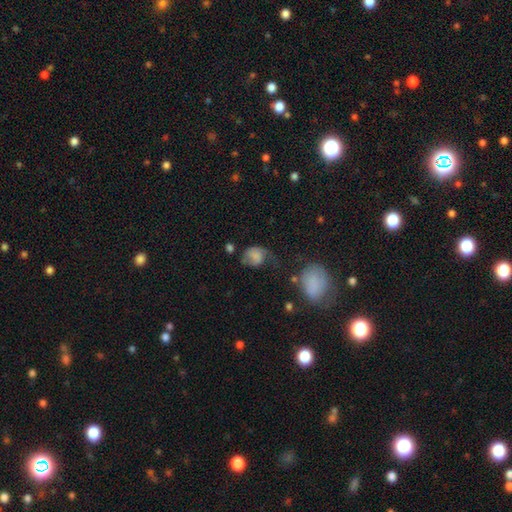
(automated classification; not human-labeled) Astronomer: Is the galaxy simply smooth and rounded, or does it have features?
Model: smooth — 67%.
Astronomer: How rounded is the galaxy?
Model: round — 54% (runner-up: in between, 45%).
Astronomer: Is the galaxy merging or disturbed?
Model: major disturbance — 33% (runner-up: none, 32%).